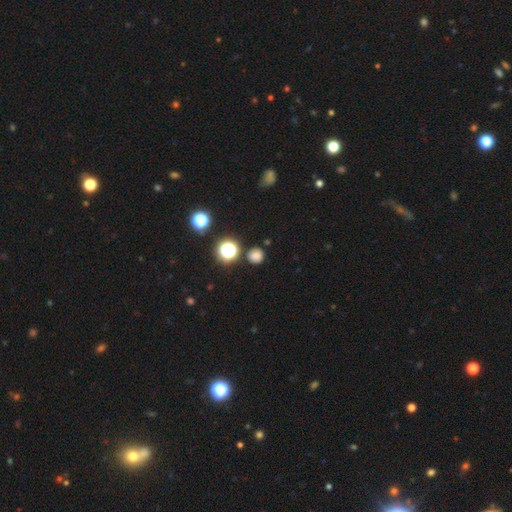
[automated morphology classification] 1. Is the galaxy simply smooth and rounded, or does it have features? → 74% smooth, 21% star or artifact, 5% featured or disk.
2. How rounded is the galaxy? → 93% round, 6% in between, 1% cigar-shaped.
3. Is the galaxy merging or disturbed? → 86% none, 7% minor disturbance, 4% merger, 3% major disturbance.